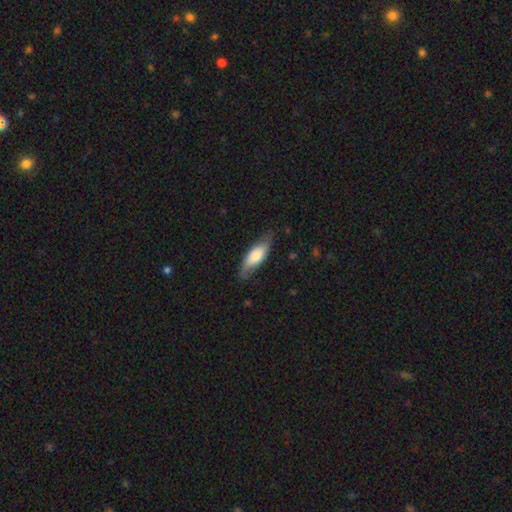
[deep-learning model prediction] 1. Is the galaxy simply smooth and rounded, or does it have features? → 65% smooth, 29% featured or disk, 6% star or artifact.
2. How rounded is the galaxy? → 62% in between, 36% cigar-shaped, 2% round.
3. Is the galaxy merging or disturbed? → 71% none, 22% minor disturbance, 5% major disturbance, 1% merger.